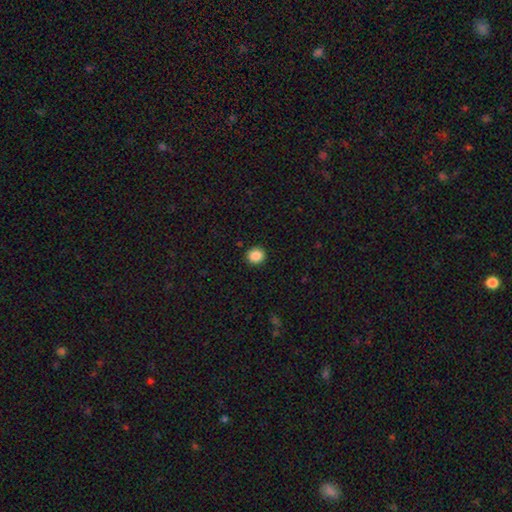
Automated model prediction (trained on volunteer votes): Smooth or featured: smooth — 88% (star or artifact — 10%)
How rounded: round — 85% (in between — 14%)
Merging: none — 91% (minor disturbance — 6%)